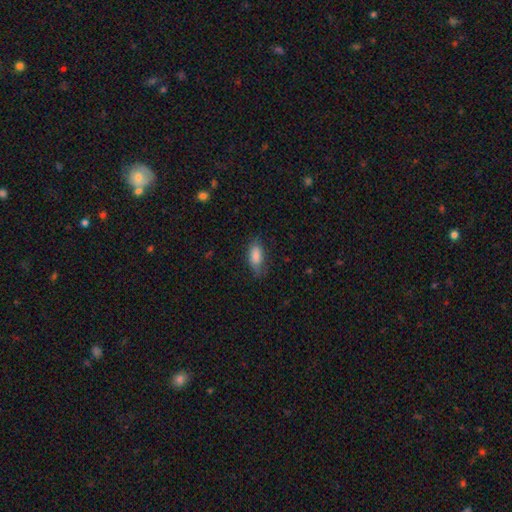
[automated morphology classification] The model was most divided on "merging": none: 70%, minor disturbance: 23%, major disturbance: 6%, merger: 1%. More confident: smooth or featured — smooth (83%); how rounded — in between (81%).